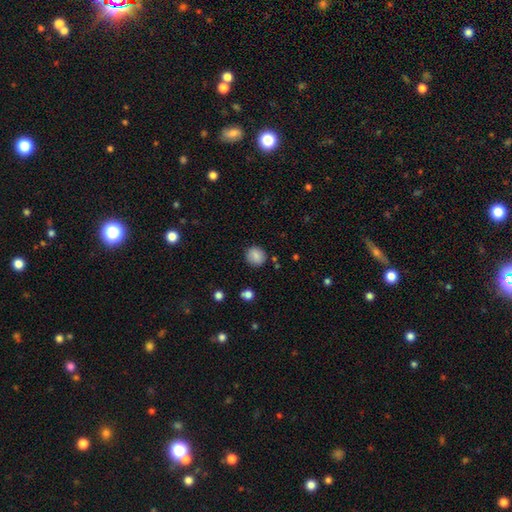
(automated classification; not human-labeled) Overall: smooth (82%). How rounded: round (87%). Merging: none (86%).